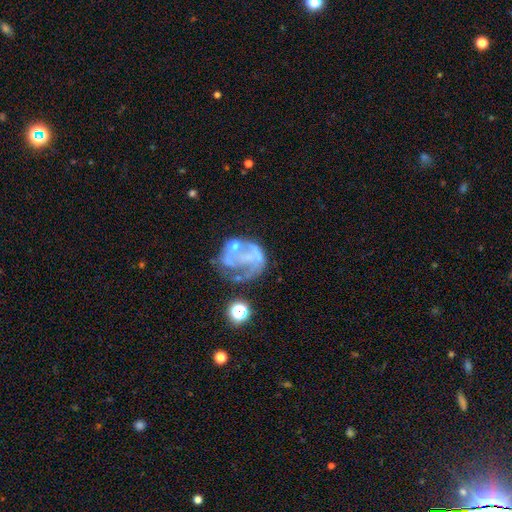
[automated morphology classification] The model was most divided on "merging": major disturbance: 36%, none: 32%, minor disturbance: 19%, merger: 13%. More confident: edge-on disk — no (98%); bar — no (83%); spiral arms — no (73%); smooth or featured — featured or disk (61%); bulge size — none (60%).